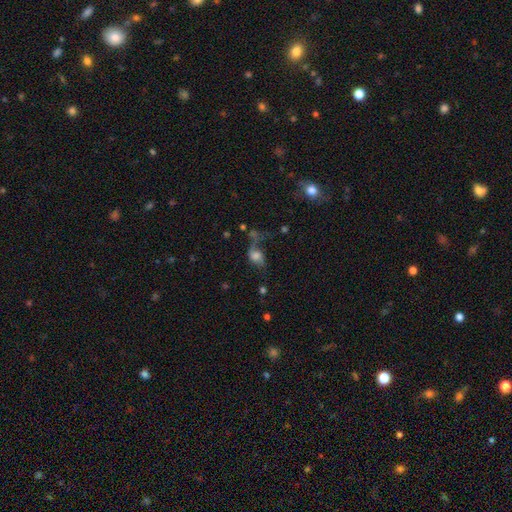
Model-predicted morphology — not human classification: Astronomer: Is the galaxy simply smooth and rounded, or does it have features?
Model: smooth — 52% (runner-up: featured or disk, 33%).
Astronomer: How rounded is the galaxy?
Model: in between — 65%.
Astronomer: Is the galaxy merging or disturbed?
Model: major disturbance — 38% (runner-up: none, 27%).